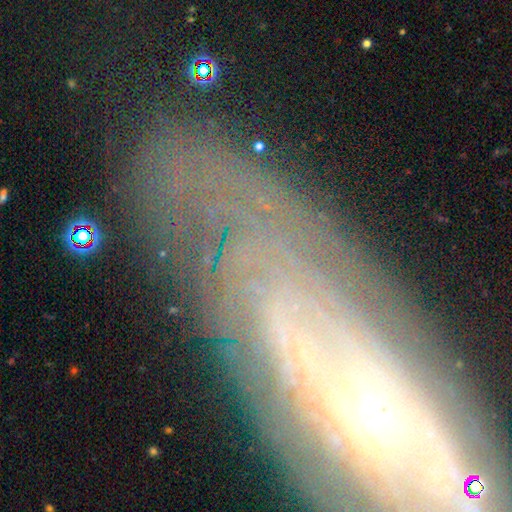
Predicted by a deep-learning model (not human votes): Smooth or featured?
  - featured or disk: 69% *
  - smooth: 16%
  - star or artifact: 15%
Edge-on disk?
  - no: 78% *
  - yes: 22%
Bar?
  - no: 69% *
  - weak: 20%
  - strong: 11%
Spiral arms?
  - yes: 73% *
  - no: 27%
Bulge size?
  - small: 49% *
  - moderate: 39%
  - large: 6%
  - none: 3%
  - dominant: 2%
Merging?
  - none: 75% *
  - minor disturbance: 15%
  - major disturbance: 7%
  - merger: 3%